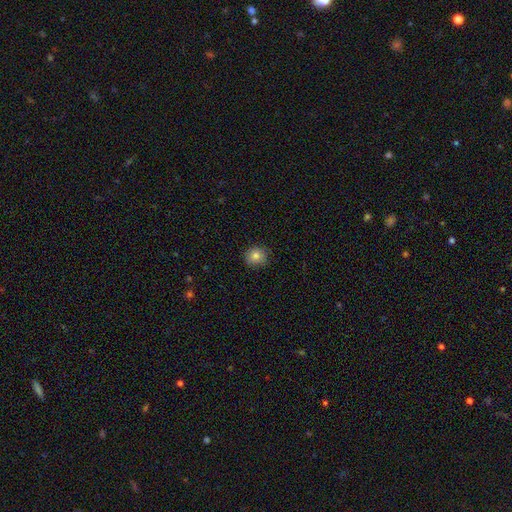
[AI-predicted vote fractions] The model was most divided on "smooth or featured": smooth: 82%, star or artifact: 10%, featured or disk: 8%. More confident: how rounded — round (87%); merging — none (85%).